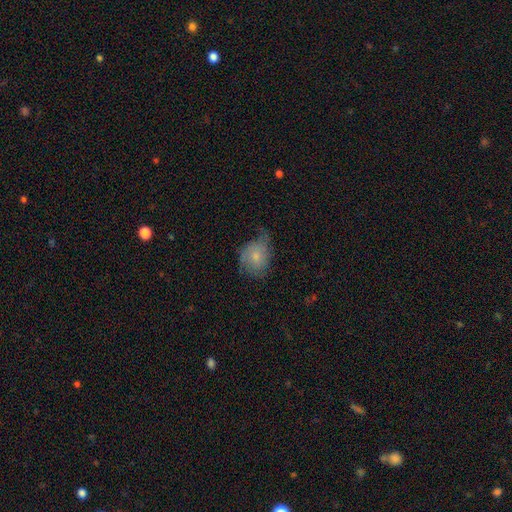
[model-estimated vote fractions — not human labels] Q: Smooth or featured?
A: smooth (56%); runner-up: featured or disk (36%)
Q: How rounded?
A: in between (53%); runner-up: round (46%)
Q: Merging?
A: minor disturbance (37%); tied with: none (37%)